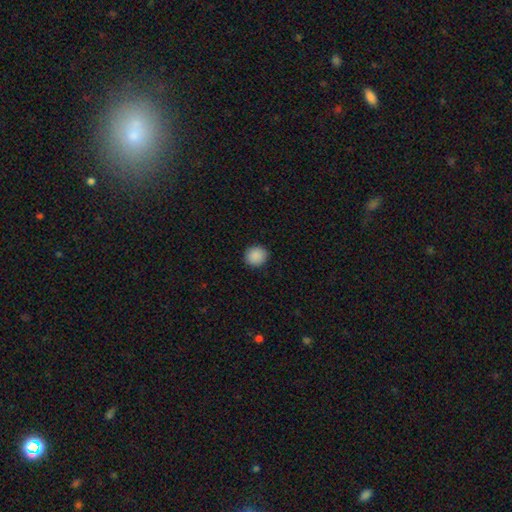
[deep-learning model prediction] Overall: smooth (89%). How rounded: round (84%). Merging: none (91%).